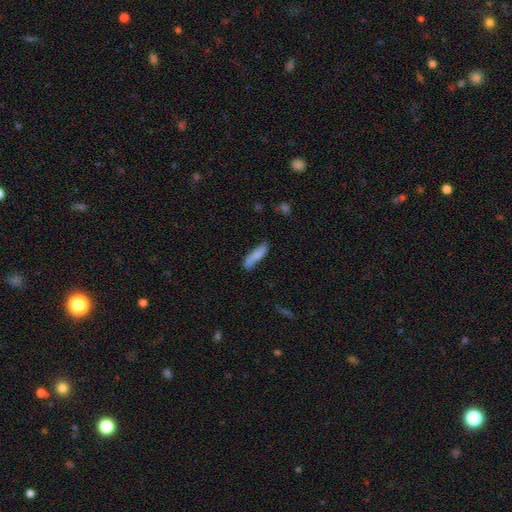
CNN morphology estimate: type=smooth (66%); roundness=cigar-shaped (66%); merging=none (64%).